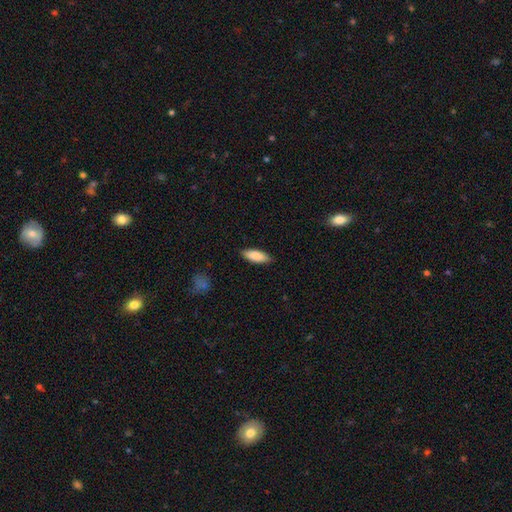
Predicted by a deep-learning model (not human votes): A smooth galaxy with no disk features (87%) that is in between round and cigar-shaped (71%).

Vote fractions:
- Smooth or featured? smooth: 87% / featured or disk: 7% / star or artifact: 6%
- How rounded? in between: 71% / cigar-shaped: 28% / round: 2%
- Merging? none: 86% / minor disturbance: 11% / major disturbance: 2% / merger: 1%